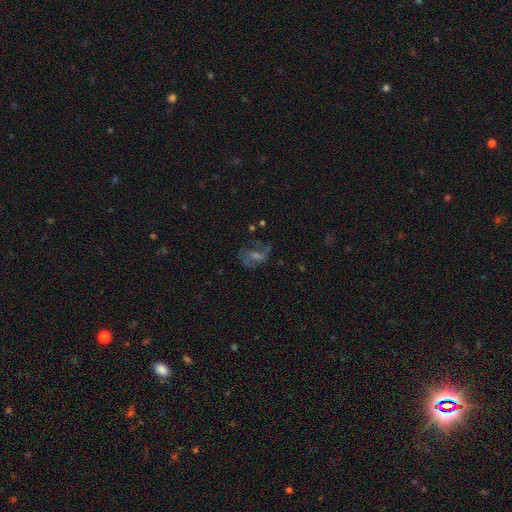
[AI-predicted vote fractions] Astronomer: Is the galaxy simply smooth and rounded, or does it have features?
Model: featured or disk — 56%.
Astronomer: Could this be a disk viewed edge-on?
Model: no — 96%.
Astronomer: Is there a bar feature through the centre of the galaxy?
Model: no — 44% (runner-up: weak, 43%).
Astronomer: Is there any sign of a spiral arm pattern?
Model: yes — 72%.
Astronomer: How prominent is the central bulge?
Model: small — 42% (runner-up: moderate, 40%).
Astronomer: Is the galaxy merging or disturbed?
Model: none — 59%.